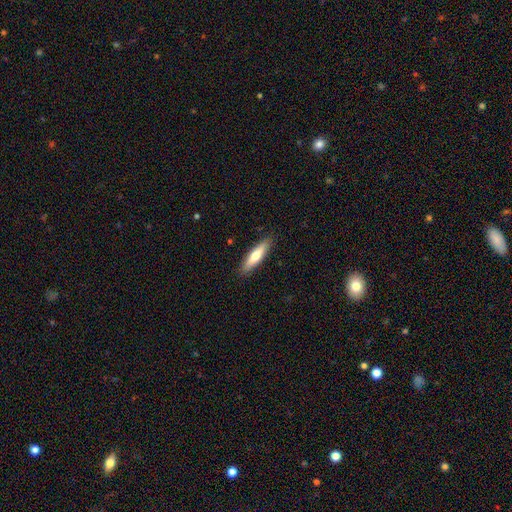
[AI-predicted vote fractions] smooth 64%, featured or disk 30%, star or artifact 5%. Down the decision tree: how rounded — cigar-shaped (71%); merging — none (89%).